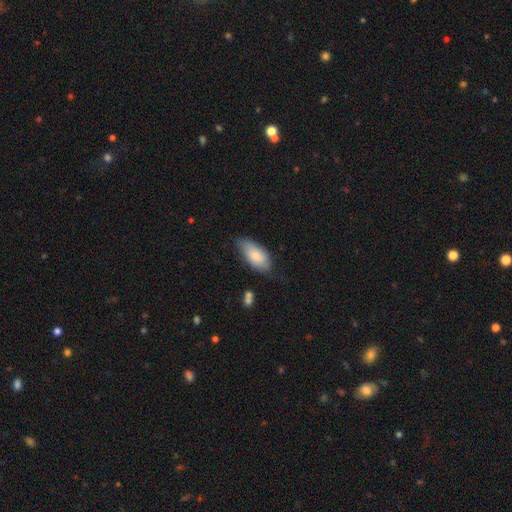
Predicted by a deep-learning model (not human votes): Morphology: type=smooth (78%); roundness=in between (91%); merging=none (64%).